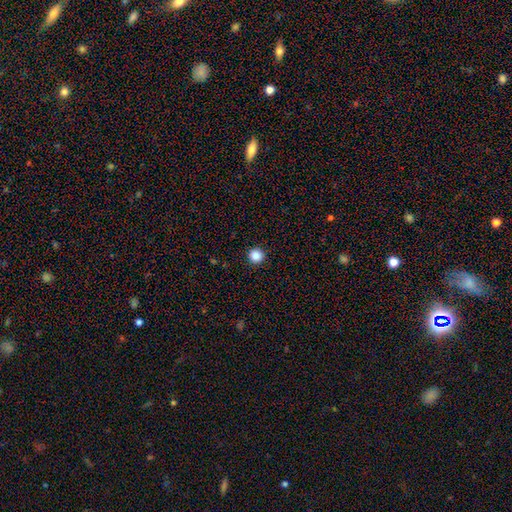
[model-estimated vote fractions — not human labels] Smooth or featured? Predicted: smooth (p=0.87). How rounded? Predicted: round (p=0.96). Merging? Predicted: none (p=0.94).